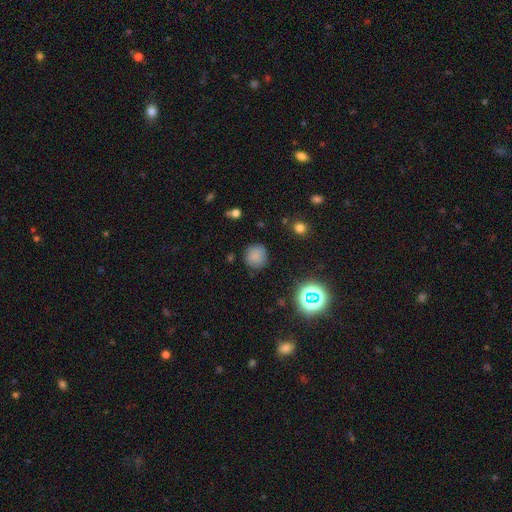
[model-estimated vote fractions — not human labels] Smooth or featured? Predicted: smooth (p=0.78). How rounded? Predicted: round (p=0.90). Merging? Predicted: none (p=0.83).